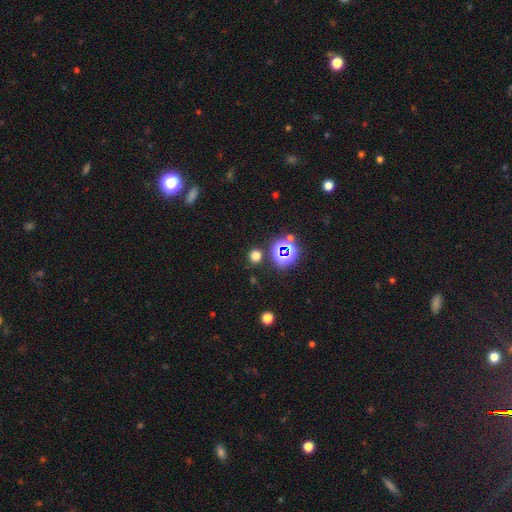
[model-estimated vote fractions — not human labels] Smooth or featured: smooth — 66% (star or artifact — 28%)
How rounded: round — 88% (in between — 11%)
Merging: none — 84% (minor disturbance — 8%)